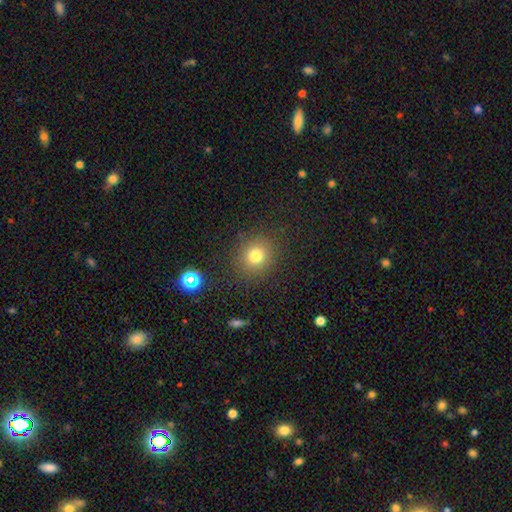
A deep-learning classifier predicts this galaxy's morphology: smooth 77%, star or artifact 16%, featured or disk 7%. Down the decision tree: how rounded — round (87%); merging — none (87%).